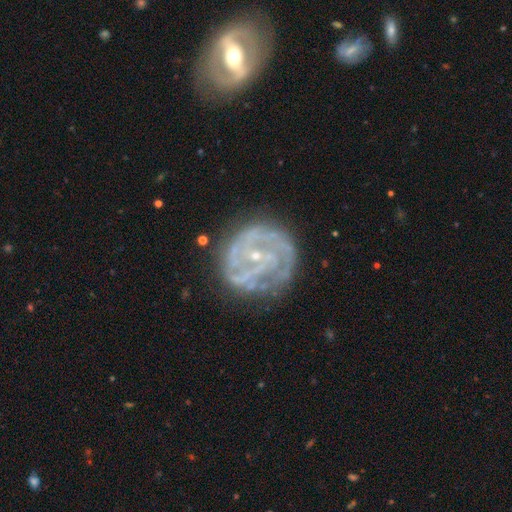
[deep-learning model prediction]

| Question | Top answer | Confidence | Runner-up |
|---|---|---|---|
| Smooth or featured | featured or disk | 82% | smooth (10%) |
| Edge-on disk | no | 97% | yes (3%) |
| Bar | no | 48% | weak (34%) |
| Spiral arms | yes | 90% | no (10%) |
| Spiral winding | tight | 64% | medium (28%) |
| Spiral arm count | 2 | 30% | can't tell (29%) |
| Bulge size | small | 83% | moderate (12%) |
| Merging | none | 68% | minor disturbance (19%) |